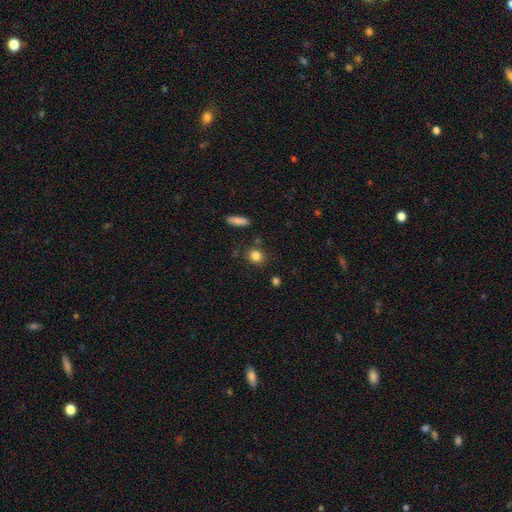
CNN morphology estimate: Smooth or featured? Predicted: smooth (p=0.84). How rounded? Predicted: round (p=0.67). Merging? Predicted: none (p=0.82).